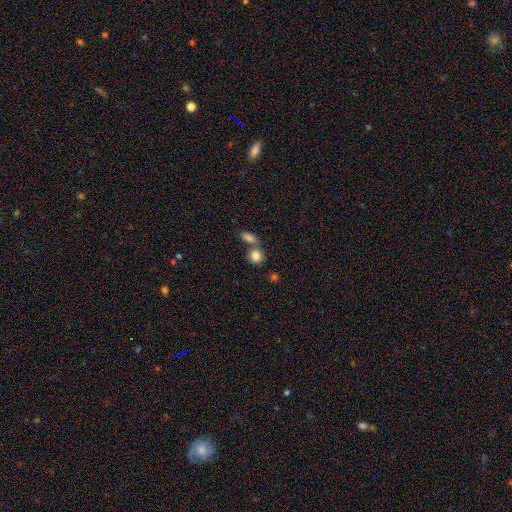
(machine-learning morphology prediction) smooth_or_featured: smooth (p=0.84) [alt: star or artifact p=0.09]
how_rounded: round (p=0.76) [alt: in between p=0.22]
merging: none (p=0.57) [alt: merger p=0.31]